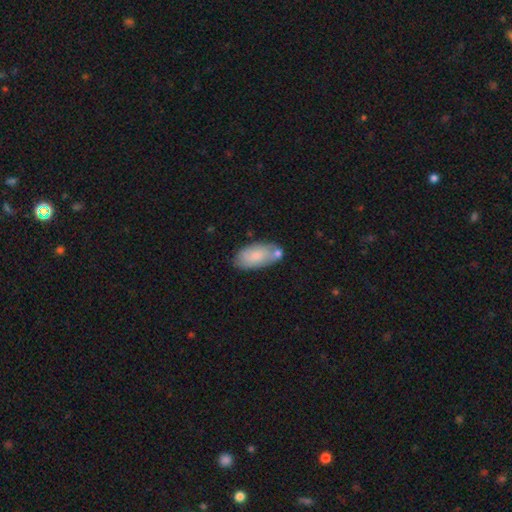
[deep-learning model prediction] Smooth or featured? Predicted: smooth (p=0.76). How rounded? Predicted: in between (p=0.93). Merging? Predicted: none (p=0.60).